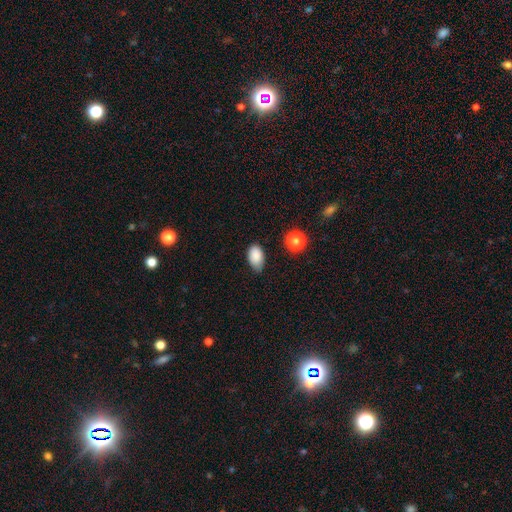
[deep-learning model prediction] This appears to be a smooth galaxy with no disk features (87%) that is in between round and cigar-shaped (91%). Merging: none (70%).